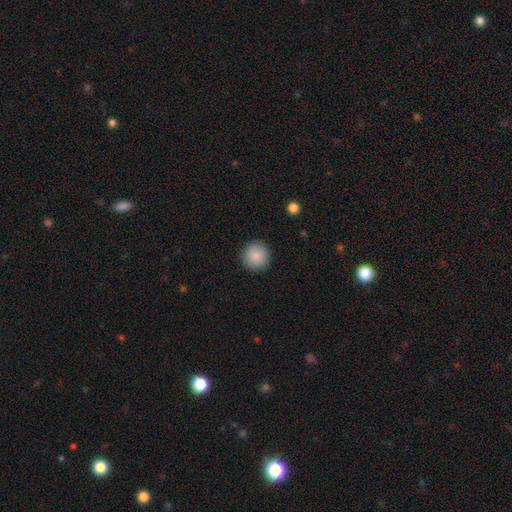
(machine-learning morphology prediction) smooth 88%, star or artifact 8%, featured or disk 4%. Down the decision tree: how rounded — round (95%); merging — none (92%).